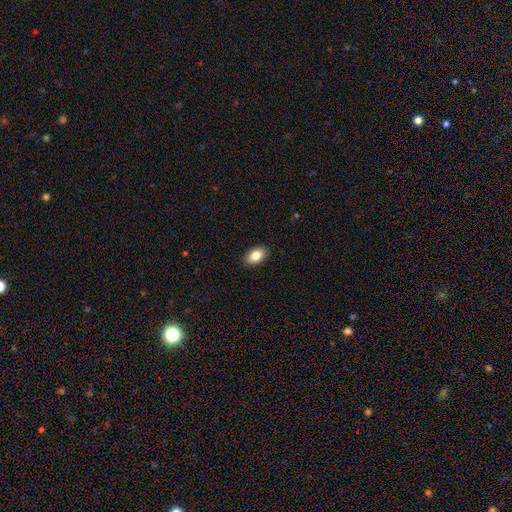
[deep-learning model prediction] A smooth galaxy with no disk features (84%) that is in between round and cigar-shaped (89%). Merging: none (90%).